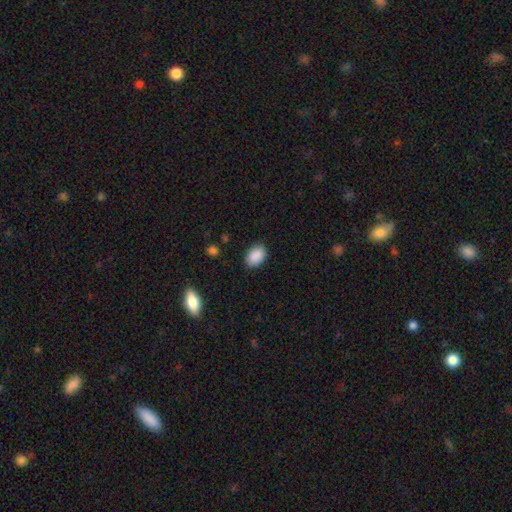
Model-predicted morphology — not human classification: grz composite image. It shows a smooth galaxy with no disk features (89%) that is in between round and cigar-shaped (85%). Merging: none (84%).